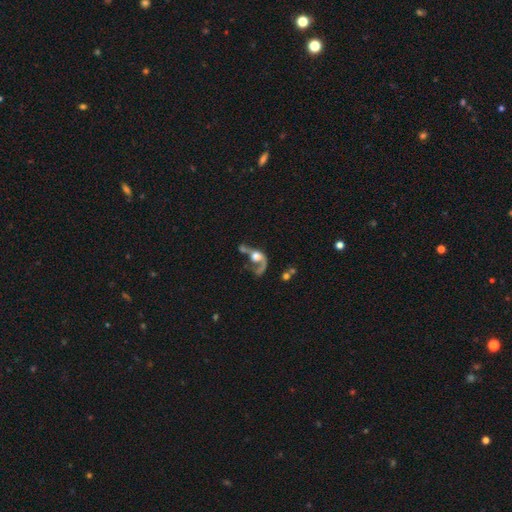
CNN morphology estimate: smooth_or_featured: featured or disk (p=0.62) [alt: smooth p=0.30]
disk_edge_on: no (p=0.94) [alt: yes p=0.06]
bar: no (p=0.77) [alt: weak p=0.18]
has_spiral_arms: yes (p=0.74) [alt: no p=0.26]
bulge_size: large (p=0.43) [alt: moderate p=0.35]
merging: major disturbance (p=0.42) [alt: merger p=0.29]